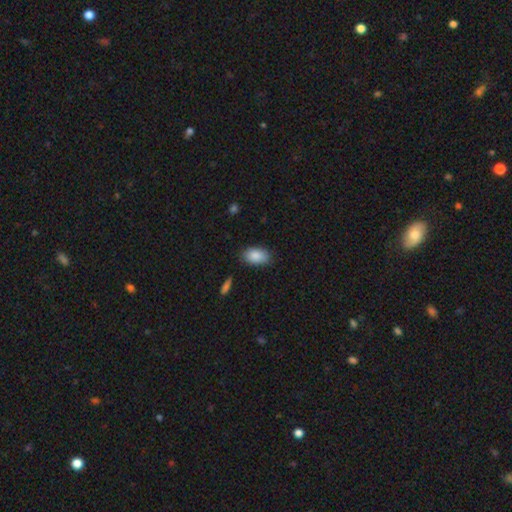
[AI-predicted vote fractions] smooth_or_featured: smooth (p=0.88) [alt: star or artifact p=0.07]
how_rounded: in between (p=0.92) [alt: round p=0.06]
merging: none (p=0.82) [alt: minor disturbance p=0.13]